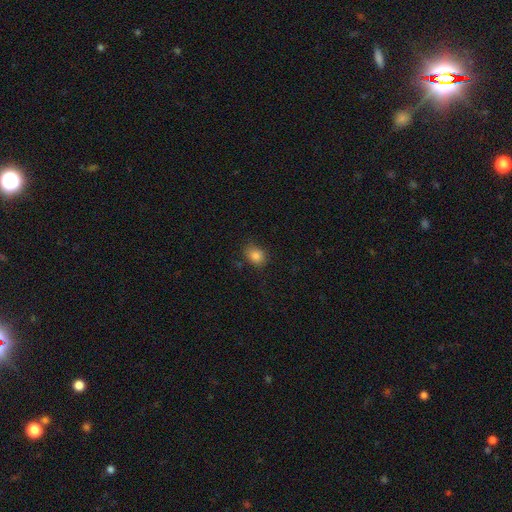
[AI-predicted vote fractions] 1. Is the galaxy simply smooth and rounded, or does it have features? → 83% smooth, 11% star or artifact, 6% featured or disk.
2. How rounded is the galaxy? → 51% round, 48% in between, 1% cigar-shaped.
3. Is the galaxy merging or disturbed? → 78% none, 16% minor disturbance, 4% major disturbance, 2% merger.